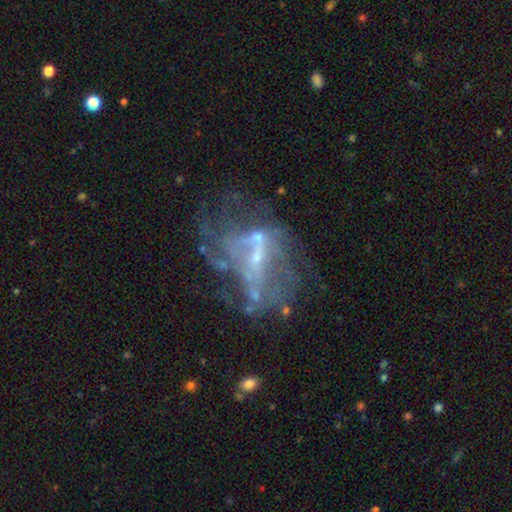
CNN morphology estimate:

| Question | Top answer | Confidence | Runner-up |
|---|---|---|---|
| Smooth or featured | featured or disk | 73% | star or artifact (15%) |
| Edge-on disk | no | 97% | yes (3%) |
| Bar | no | 51% | weak (34%) |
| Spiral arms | no | 56% | yes (44%) |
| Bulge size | small | 62% | none (20%) |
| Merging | none | 38% | major disturbance (34%) |